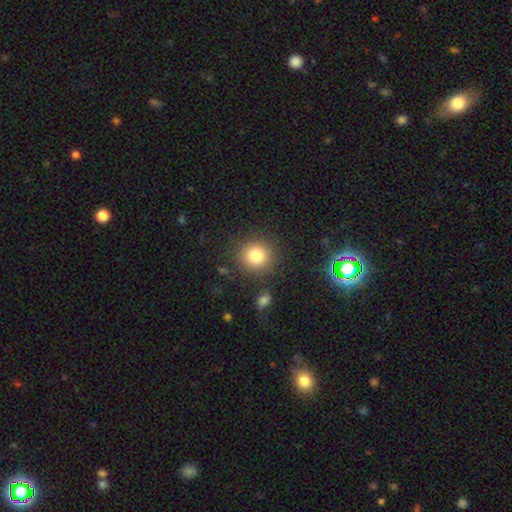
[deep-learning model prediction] Q: Smooth or featured?
A: smooth (82%); runner-up: star or artifact (11%)
Q: How rounded?
A: round (91%); runner-up: in between (8%)
Q: Merging?
A: none (86%); runner-up: minor disturbance (8%)